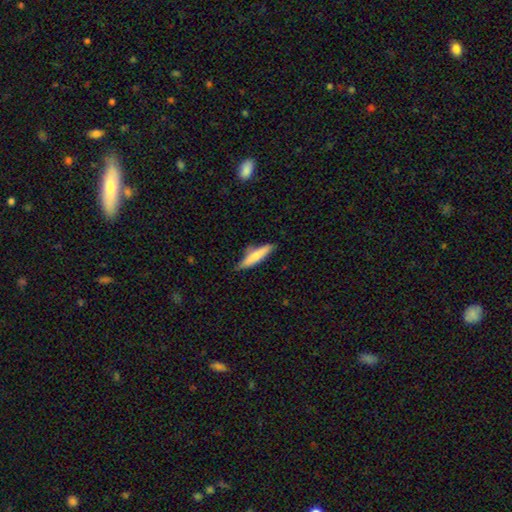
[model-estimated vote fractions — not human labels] Smooth or featured?
  - smooth: 72% *
  - featured or disk: 22%
  - star or artifact: 6%
How rounded?
  - cigar-shaped: 81% *
  - in between: 18%
  - round: 1%
Merging?
  - none: 77% *
  - minor disturbance: 17%
  - major disturbance: 3%
  - merger: 2%